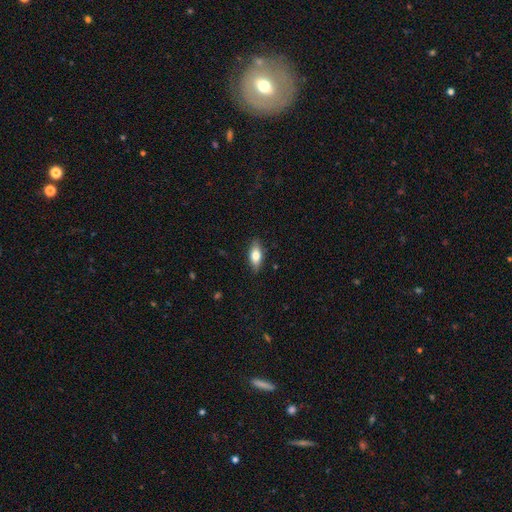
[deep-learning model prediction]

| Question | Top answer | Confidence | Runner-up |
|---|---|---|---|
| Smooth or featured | smooth | 73% | featured or disk (20%) |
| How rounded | in between | 81% | cigar-shaped (15%) |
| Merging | none | 86% | minor disturbance (11%) |